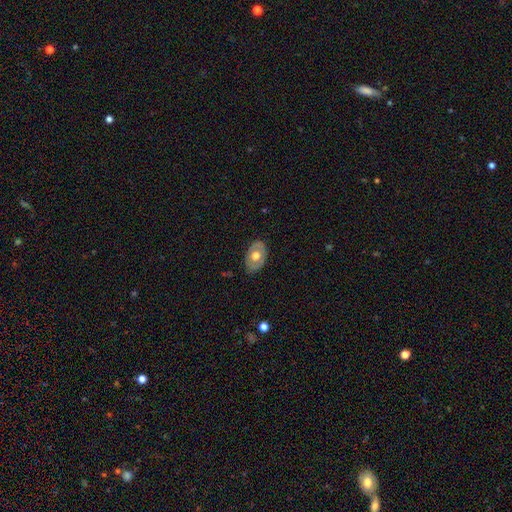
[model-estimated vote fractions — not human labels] Smooth or featured?
  - smooth: 49% *
  - featured or disk: 45%
  - star or artifact: 6%
Merging?
  - none: 80% *
  - minor disturbance: 16%
  - major disturbance: 4%
  - merger: 1%